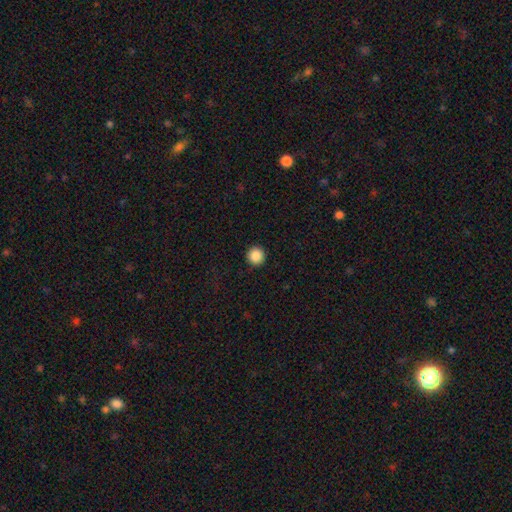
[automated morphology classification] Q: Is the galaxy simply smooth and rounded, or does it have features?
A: smooth — 87%.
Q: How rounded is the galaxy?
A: round — 96%.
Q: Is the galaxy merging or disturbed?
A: none — 93%.